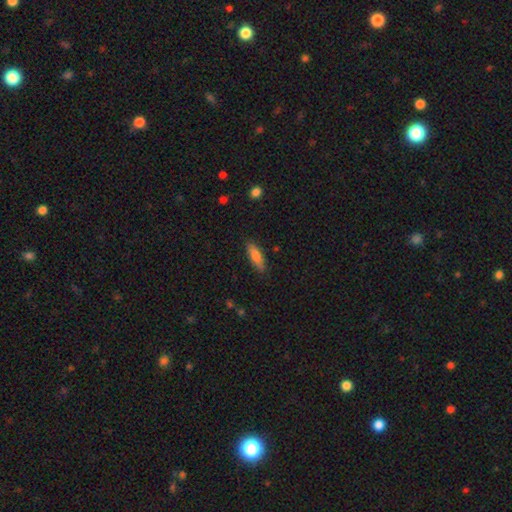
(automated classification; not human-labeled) This appears to be a smooth galaxy with no disk features (72%) that is cigar-shaped (54%). Merging: none (84%).